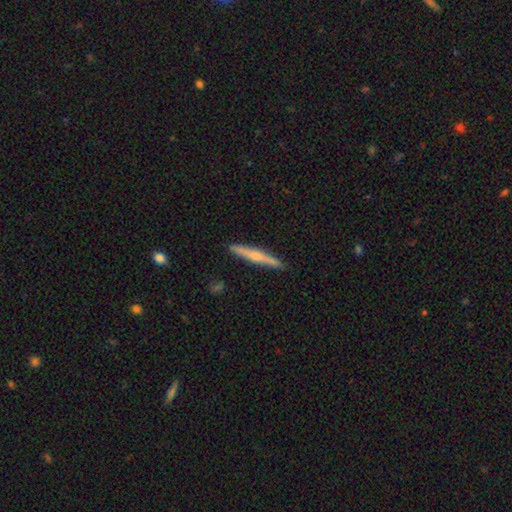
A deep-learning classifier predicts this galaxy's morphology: Smooth or featured? featured or disk (53%)
Edge-on disk? yes (97%)
Edge-on bulge? rounded (71%)
Merging? none (91%)